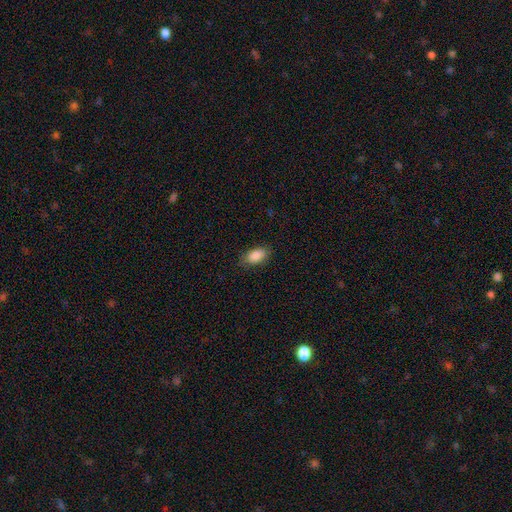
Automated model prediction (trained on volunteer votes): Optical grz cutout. It shows a smooth galaxy with no disk features (89%) that is in between round and cigar-shaped (92%). Merging: none (82%).